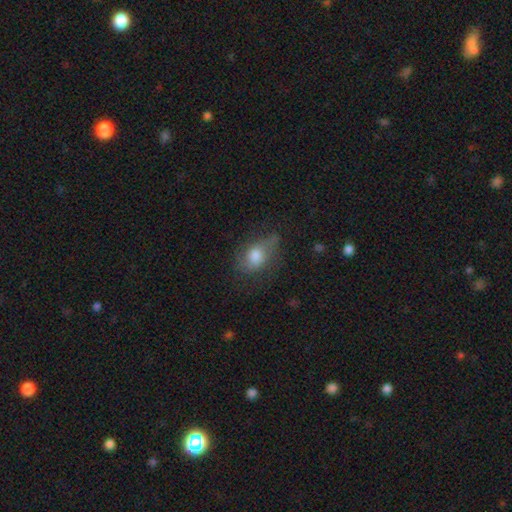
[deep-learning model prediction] Smooth or featured? smooth (63%)
How rounded? in between (69%)
Merging? none (48%)